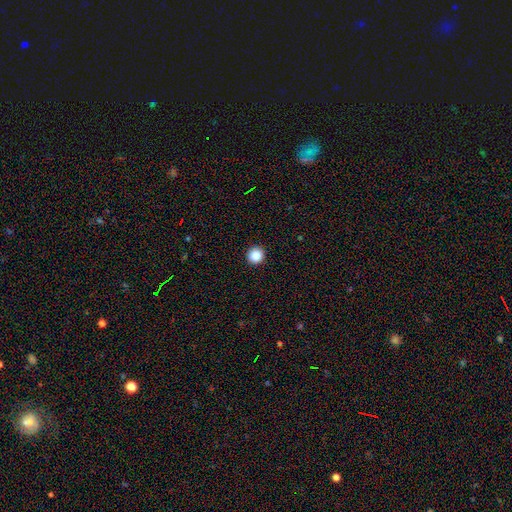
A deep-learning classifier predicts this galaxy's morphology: A smooth galaxy with no disk features (87%) that is round (96%). Merging: none (94%).